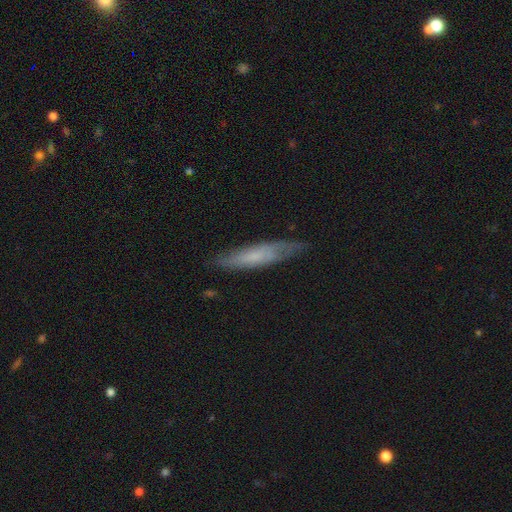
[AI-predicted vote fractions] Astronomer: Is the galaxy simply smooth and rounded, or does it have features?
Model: smooth — 54% (runner-up: featured or disk, 39%).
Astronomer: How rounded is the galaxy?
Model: cigar-shaped — 82%.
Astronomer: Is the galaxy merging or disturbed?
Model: none — 74%.